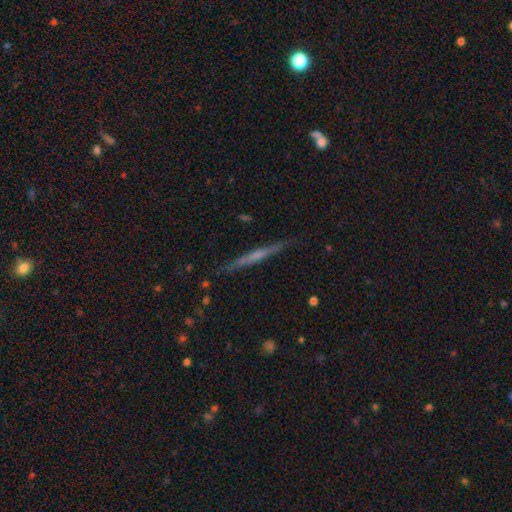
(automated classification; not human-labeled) Morphology: type=featured or disk (60%); edge-on=yes (97%); edge-on bulge=none (63%); merging=none (88%).